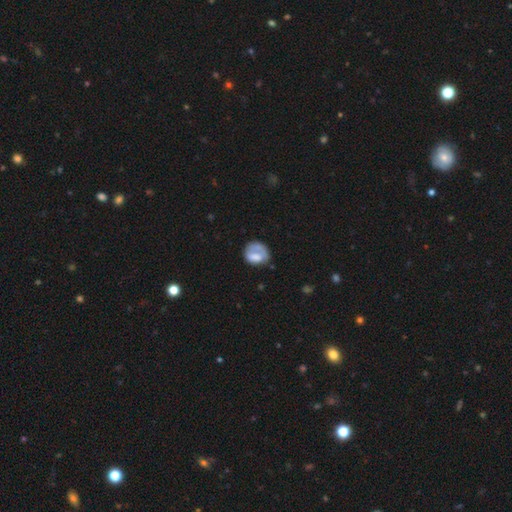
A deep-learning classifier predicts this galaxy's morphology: Q: Smooth or featured?
A: smooth (61%); runner-up: featured or disk (30%)
Q: How rounded?
A: round (68%); runner-up: in between (31%)
Q: Merging?
A: none (49%); runner-up: minor disturbance (25%)